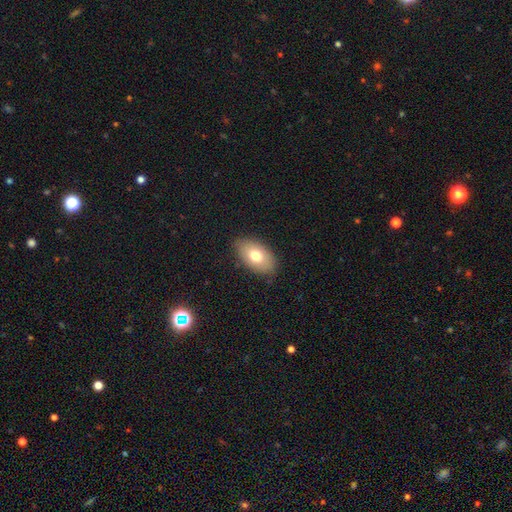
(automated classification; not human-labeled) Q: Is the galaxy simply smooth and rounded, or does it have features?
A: smooth — 72%.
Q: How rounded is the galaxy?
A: in between — 92%.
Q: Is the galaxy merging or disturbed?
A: none — 86%.